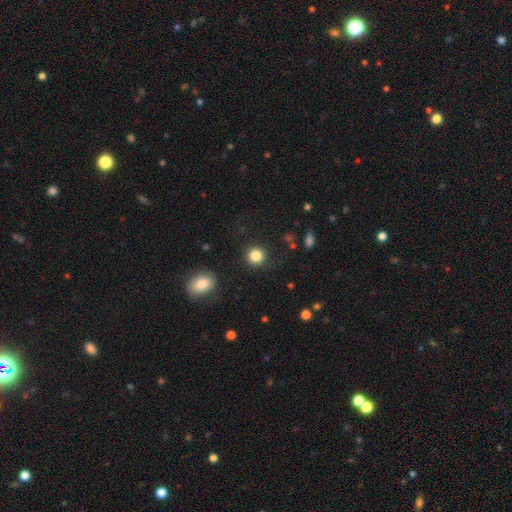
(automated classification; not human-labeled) Smooth or featured? Predicted: smooth (p=0.86). How rounded? Predicted: round (p=0.91). Merging? Predicted: none (p=0.89).